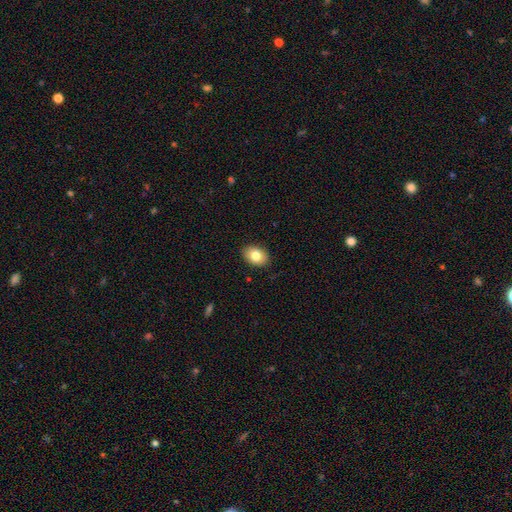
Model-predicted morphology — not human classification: This is clearly a smooth galaxy (81%). How rounded: likely in between (78%). Merging: clearly none (89%).